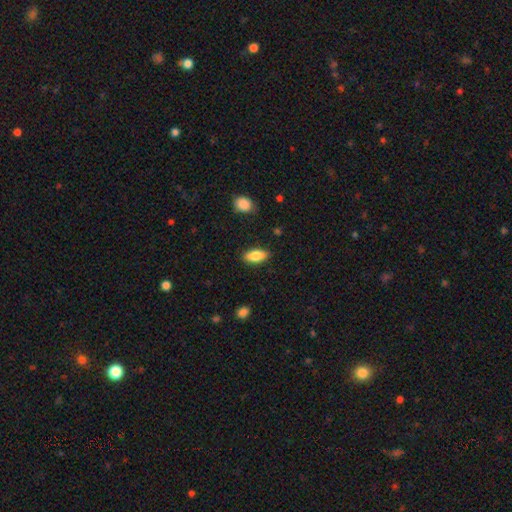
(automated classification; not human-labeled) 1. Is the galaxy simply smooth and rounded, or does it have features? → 83% smooth, 10% featured or disk, 7% star or artifact.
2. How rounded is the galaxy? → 86% in between, 12% cigar-shaped, 3% round.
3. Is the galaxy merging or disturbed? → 85% none, 11% minor disturbance, 2% major disturbance, 1% merger.